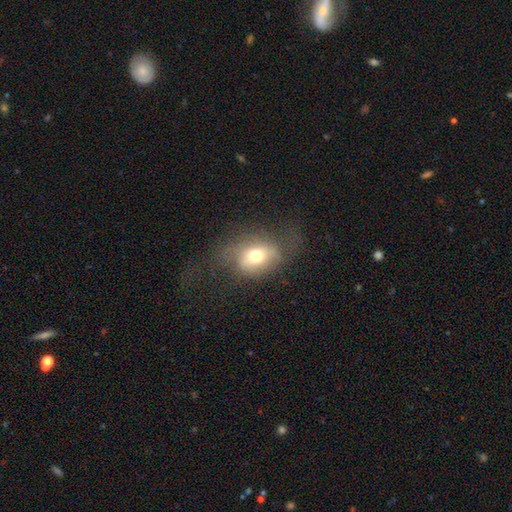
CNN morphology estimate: This appears to be a smooth galaxy with no disk features (64%) that is in between round and cigar-shaped (64%). Merging: none (52%).